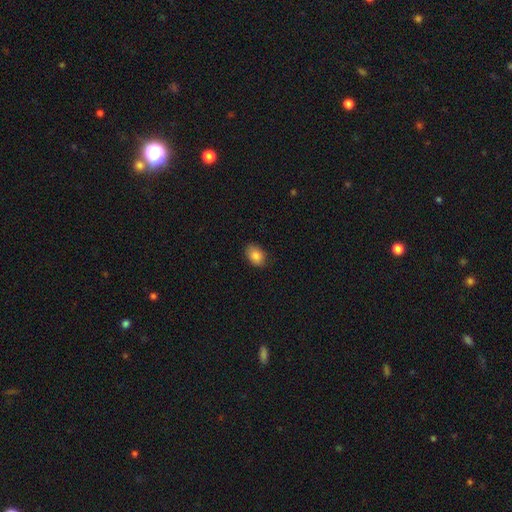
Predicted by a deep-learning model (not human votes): Smooth or featured? smooth (86%)
How rounded? in between (81%)
Merging? none (85%)